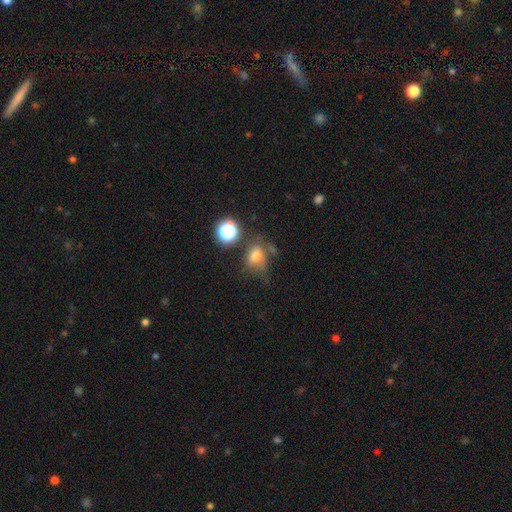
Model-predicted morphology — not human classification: Overall: smooth (68%). How rounded: in between (57%; round 41%). Merging: none (44%; minor disturbance 26%).